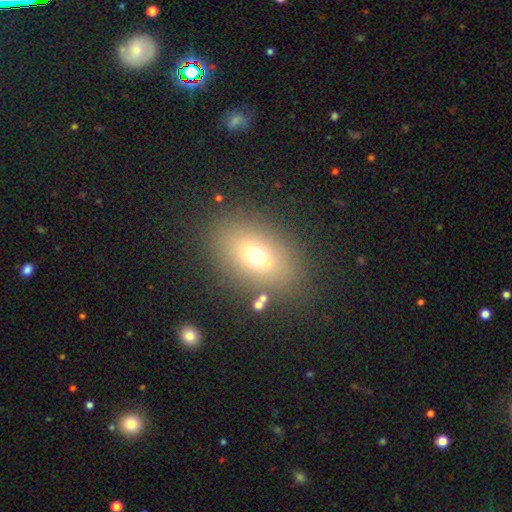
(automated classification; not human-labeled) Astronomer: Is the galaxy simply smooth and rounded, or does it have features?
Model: smooth — 66%.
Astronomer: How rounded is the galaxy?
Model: in between — 66%.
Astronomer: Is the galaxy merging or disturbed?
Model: none — 77%.